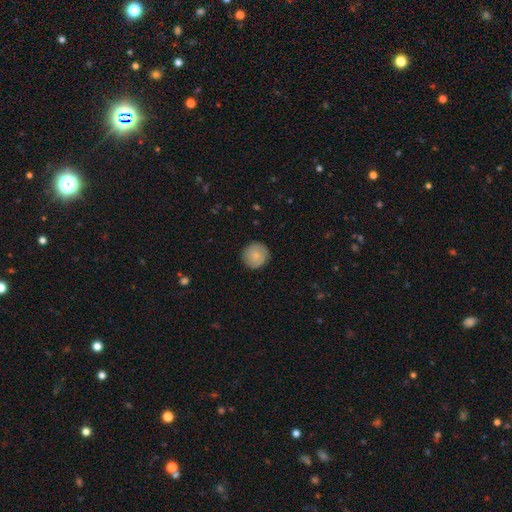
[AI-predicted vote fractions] This appears to be a smooth galaxy with no disk features (77%) that is round (94%). Merging: none (87%).